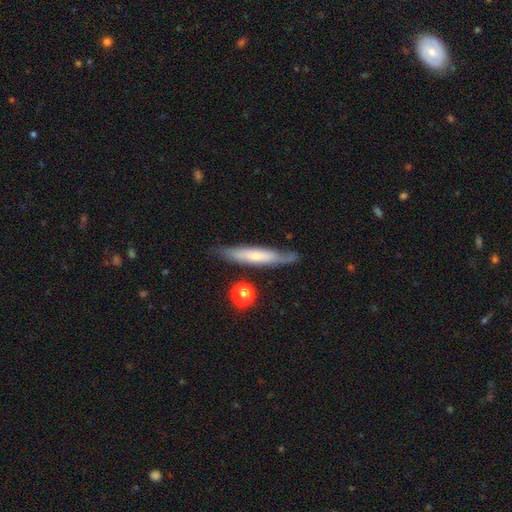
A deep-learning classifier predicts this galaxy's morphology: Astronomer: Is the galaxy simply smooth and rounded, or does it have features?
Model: featured or disk — 51% (runner-up: smooth, 40%).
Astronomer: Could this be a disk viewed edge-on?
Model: yes — 86%.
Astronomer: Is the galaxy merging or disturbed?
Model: none — 80%.